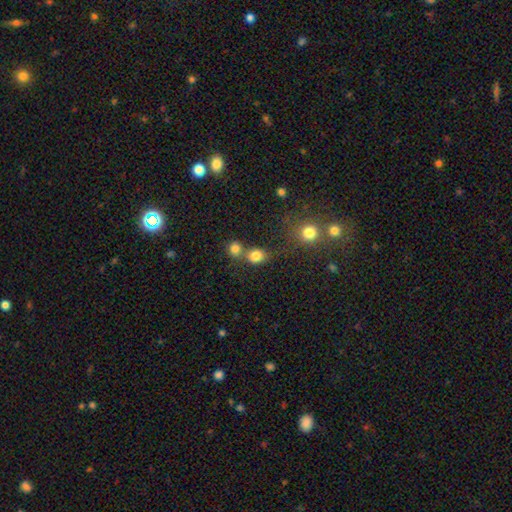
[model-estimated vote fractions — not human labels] A smooth galaxy with no disk features (81%) that is round (75%).

Vote fractions:
- Smooth or featured? smooth: 81% / star or artifact: 13% / featured or disk: 6%
- How rounded? round: 75% / in between: 24% / cigar-shaped: 1%
- Merging? none: 53% / merger: 34% / minor disturbance: 9% / major disturbance: 4%